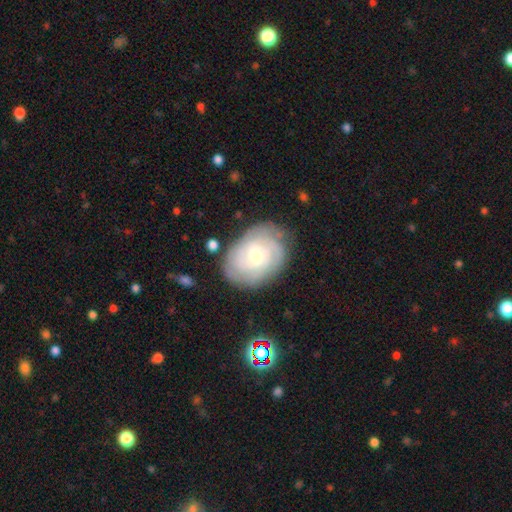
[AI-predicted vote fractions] Smooth or featured? Predicted: featured or disk (p=0.74). Edge-on disk? Predicted: no (p=0.97). Bar? Predicted: no (p=0.58). Spiral arms? Predicted: yes (p=0.93). Spiral winding? Predicted: tight (p=0.69). Spiral arm count? Predicted: can't tell (p=0.38). Bulge size? Predicted: small (p=0.50). Merging? Predicted: none (p=0.76).